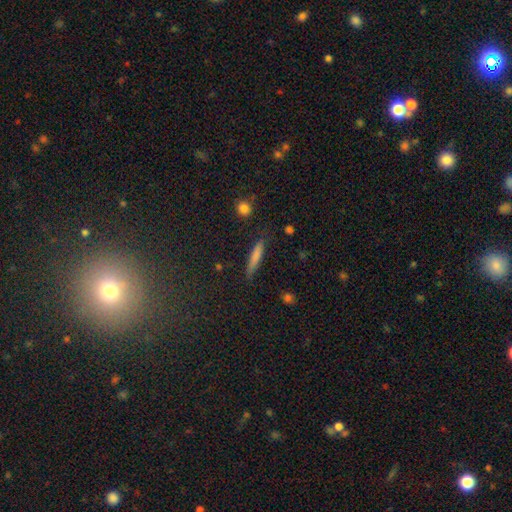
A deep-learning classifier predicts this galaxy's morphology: Smooth or featured: smooth — 74% (featured or disk — 18%)
How rounded: cigar-shaped — 88% (in between — 10%)
Merging: none — 79% (minor disturbance — 15%)